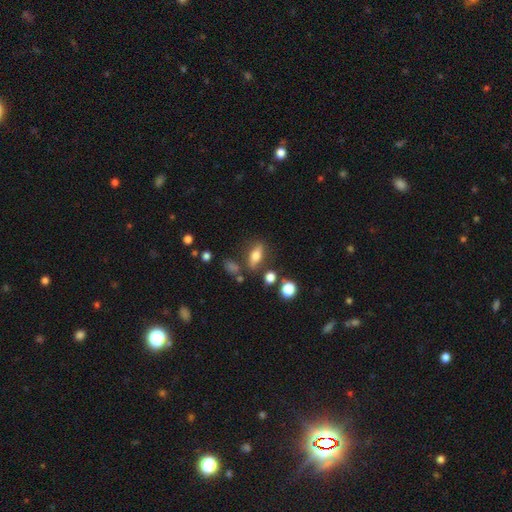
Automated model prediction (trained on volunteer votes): Smooth or featured? smooth (67%)
How rounded? in between (66%)
Merging? none (73%)